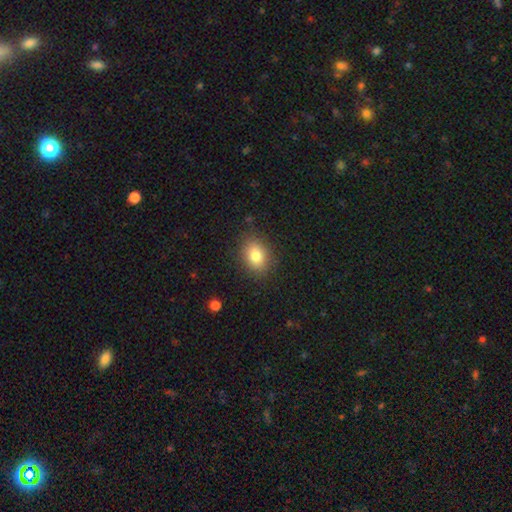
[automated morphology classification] smooth_or_featured: smooth (p=0.81) [alt: star or artifact p=0.10]
how_rounded: in between (p=0.67) [alt: round p=0.32]
merging: none (p=0.86) [alt: minor disturbance p=0.10]